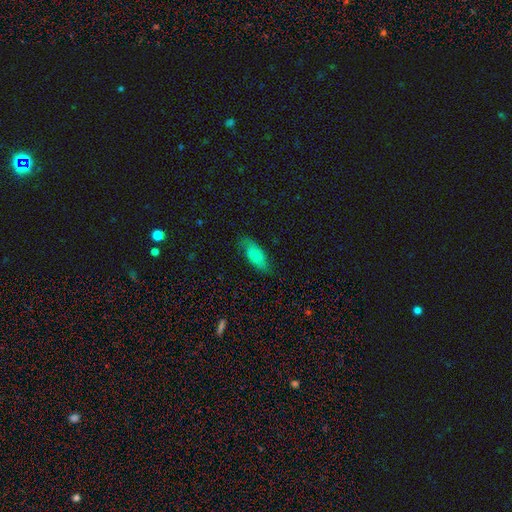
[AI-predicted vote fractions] This is likely a smooth galaxy (70%). How rounded: clearly in between (87%). Merging: likely none (70%).